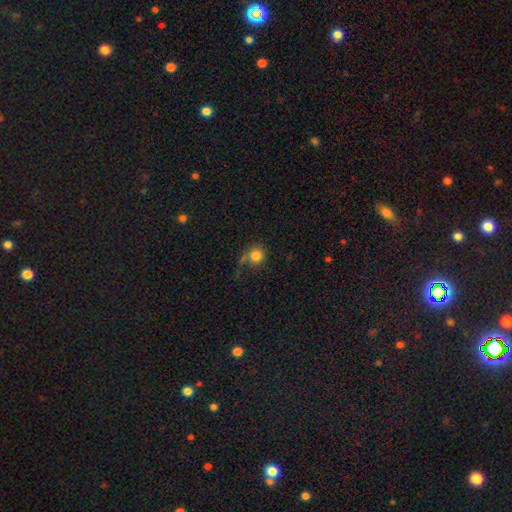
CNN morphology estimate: A smooth galaxy with no disk features (81%) that is round (89%).

Vote fractions:
- Smooth or featured? smooth: 81% / featured or disk: 10% / star or artifact: 10%
- How rounded? round: 89% / in between: 10% / cigar-shaped: 1%
- Merging? none: 53% / minor disturbance: 20% / major disturbance: 18% / merger: 8%